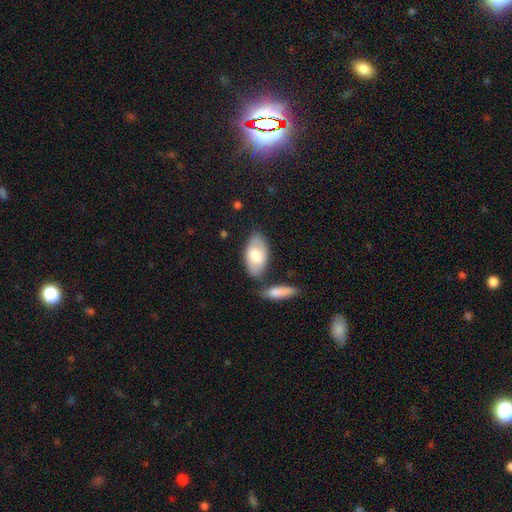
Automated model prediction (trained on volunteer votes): This appears to be a smooth galaxy with no disk features (69%) that is in between round and cigar-shaped (94%). Merging: none (64%).